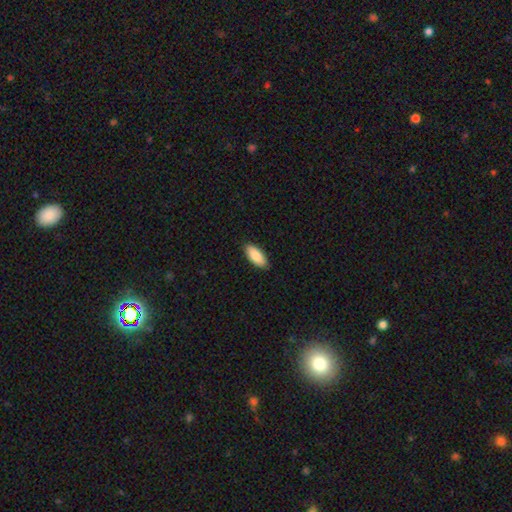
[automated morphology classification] This appears to be a smooth galaxy with no disk features (87%) that is in between round and cigar-shaped (85%). Merging: none (89%).